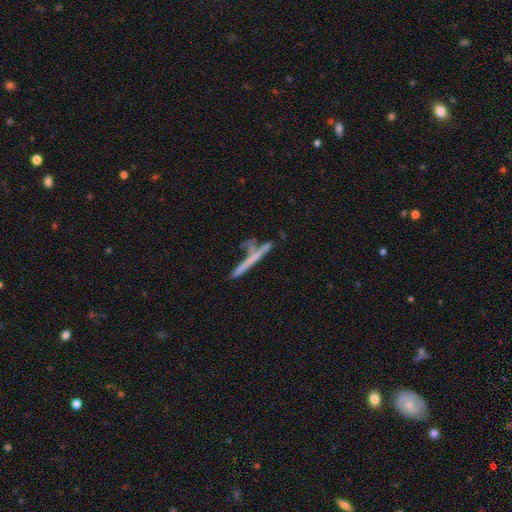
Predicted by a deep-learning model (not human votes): Smooth or featured? Predicted: featured or disk (p=0.44). Merging? Predicted: none (p=0.65).